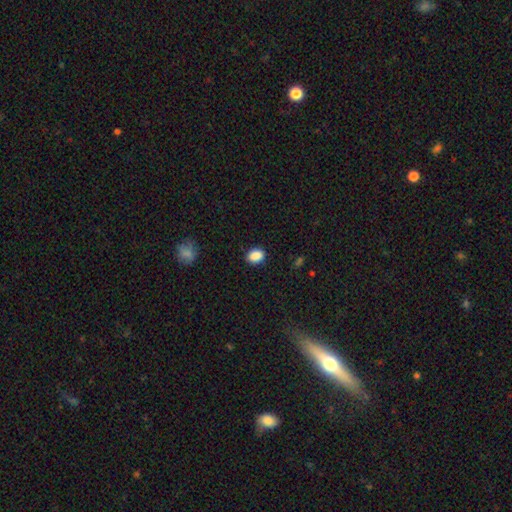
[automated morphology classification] A smooth galaxy with no disk features (89%) that is in between round and cigar-shaped (65%).

Vote fractions:
- Smooth or featured? smooth: 89% / star or artifact: 8% / featured or disk: 3%
- How rounded? in between: 65% / round: 34% / cigar-shaped: 1%
- Merging? none: 87% / minor disturbance: 10% / major disturbance: 2% / merger: 1%